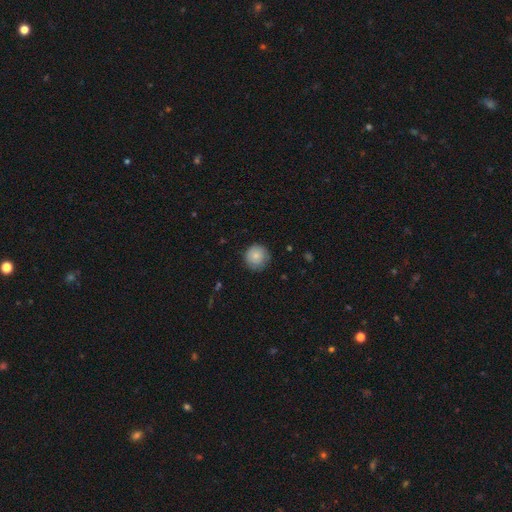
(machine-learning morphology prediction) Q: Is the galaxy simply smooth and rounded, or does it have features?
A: smooth — 81%.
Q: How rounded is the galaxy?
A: round — 94%.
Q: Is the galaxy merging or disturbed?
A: none — 81%.